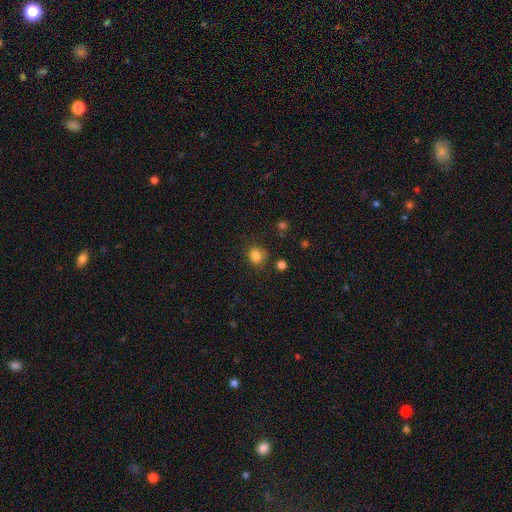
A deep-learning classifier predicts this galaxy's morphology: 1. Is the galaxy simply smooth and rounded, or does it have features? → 83% smooth, 12% star or artifact, 4% featured or disk.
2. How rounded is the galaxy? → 80% round, 20% in between, 1% cigar-shaped.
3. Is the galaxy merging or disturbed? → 76% none, 15% minor disturbance, 5% major disturbance, 4% merger.